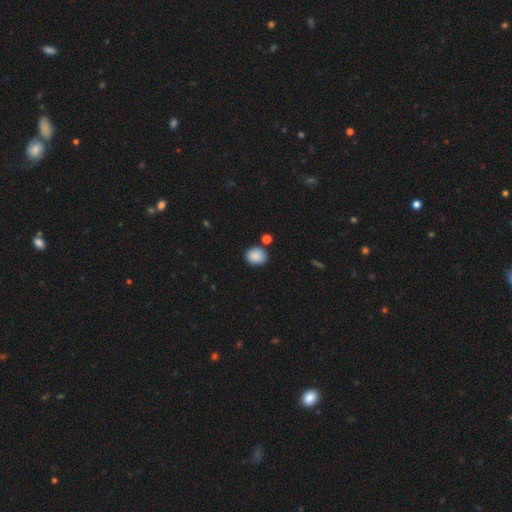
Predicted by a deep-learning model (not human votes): Q: Smooth or featured?
A: smooth (88%); runner-up: star or artifact (8%)
Q: How rounded?
A: round (55%); runner-up: in between (44%)
Q: Merging?
A: none (80%); runner-up: minor disturbance (11%)